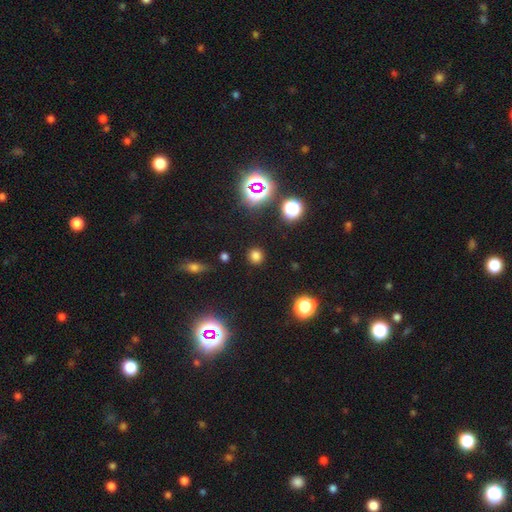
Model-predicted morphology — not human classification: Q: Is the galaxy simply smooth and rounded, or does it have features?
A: smooth — 73%.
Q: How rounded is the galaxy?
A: round — 91%.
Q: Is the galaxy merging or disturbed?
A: none — 89%.